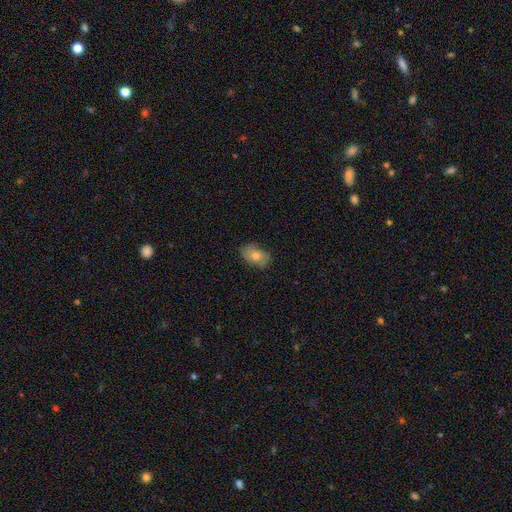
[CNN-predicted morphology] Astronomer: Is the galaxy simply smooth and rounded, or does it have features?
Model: smooth — 75%.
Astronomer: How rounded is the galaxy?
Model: in between — 88%.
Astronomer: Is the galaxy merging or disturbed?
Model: none — 81%.